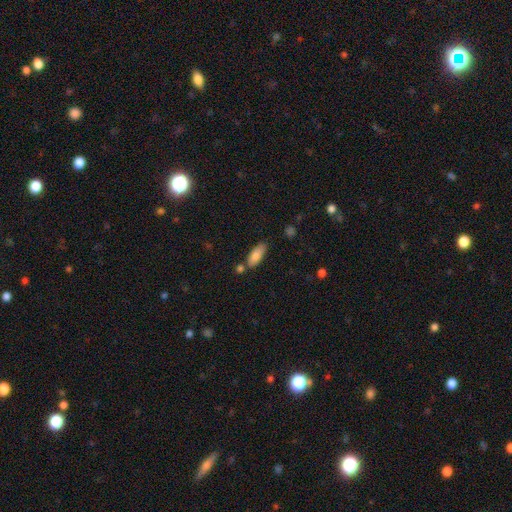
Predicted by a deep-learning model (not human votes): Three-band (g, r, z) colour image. It shows a smooth galaxy with no disk features (84%) that is in between round and cigar-shaped (72%). Merging: none (68%).